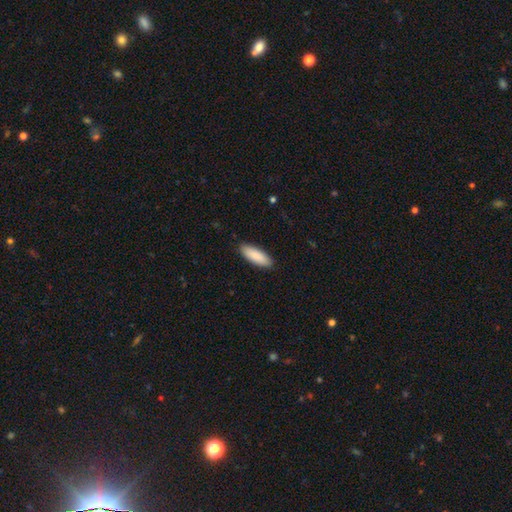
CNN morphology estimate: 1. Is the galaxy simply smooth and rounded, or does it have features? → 89% smooth, 6% featured or disk, 5% star or artifact.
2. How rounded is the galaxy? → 64% in between, 35% cigar-shaped, 2% round.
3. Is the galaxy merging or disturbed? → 89% none, 9% minor disturbance, 2% major disturbance, 1% merger.